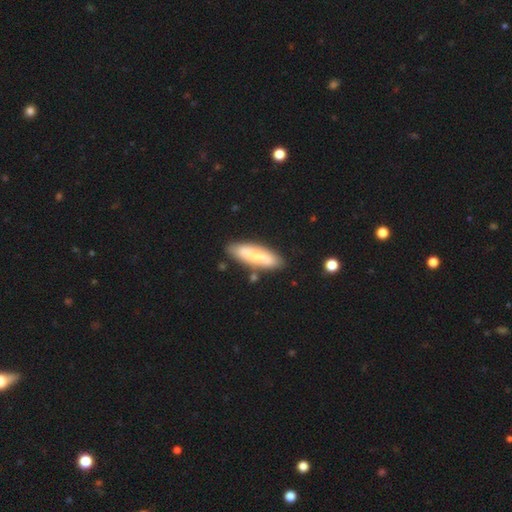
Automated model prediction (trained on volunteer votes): smooth_or_featured: smooth (p=0.58) [alt: featured or disk p=0.36]
how_rounded: cigar-shaped (p=0.59) [alt: in between p=0.39]
merging: none (p=0.79) [alt: minor disturbance p=0.14]